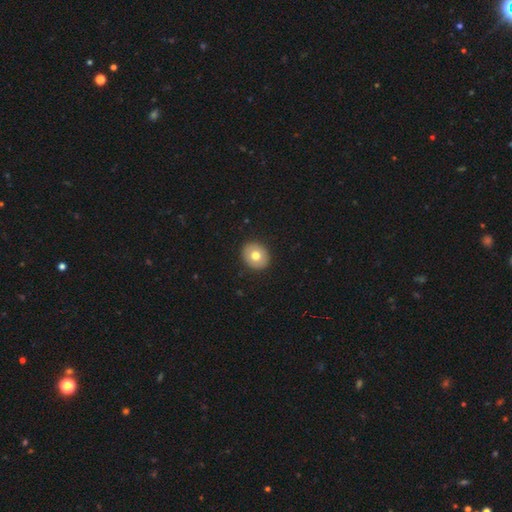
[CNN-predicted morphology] Overall: smooth (72%). How rounded: round (72%). Merging: none (92%).